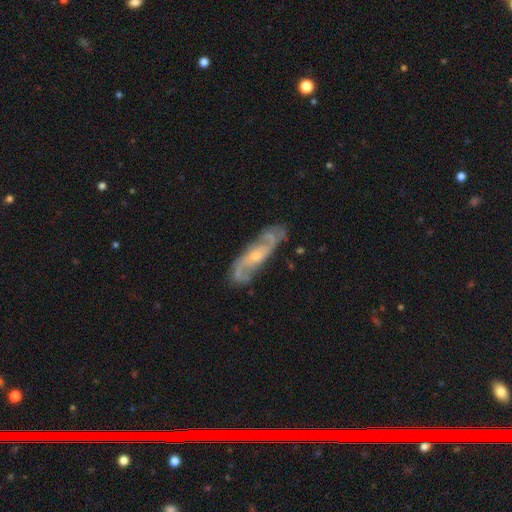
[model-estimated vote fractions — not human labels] Morphology: type=featured or disk (83%); edge-on=no (84%); bar=no (57%); spiral arms=yes (94%); winding=medium (49%); arm count=2 (74%); bulge=small (55%); merging=none (74%).